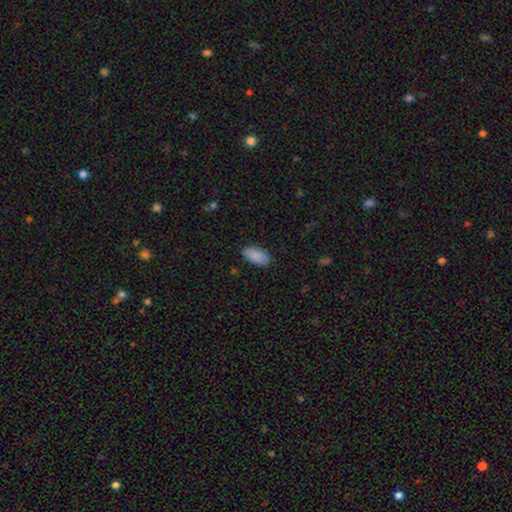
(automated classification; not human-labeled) Overall: smooth (90%). How rounded: in between (93%). Merging: none (86%).